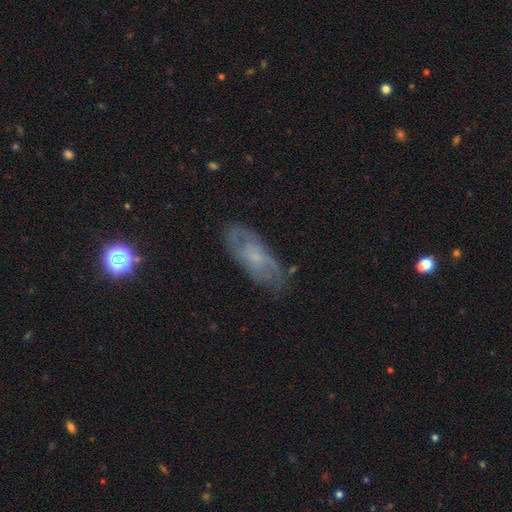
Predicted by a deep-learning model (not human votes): Smooth or featured?
  - featured or disk: 54% *
  - smooth: 33%
  - star or artifact: 13%
Edge-on disk?
  - no: 83% *
  - yes: 17%
Merging?
  - none: 76% *
  - minor disturbance: 17%
  - major disturbance: 5%
  - merger: 2%